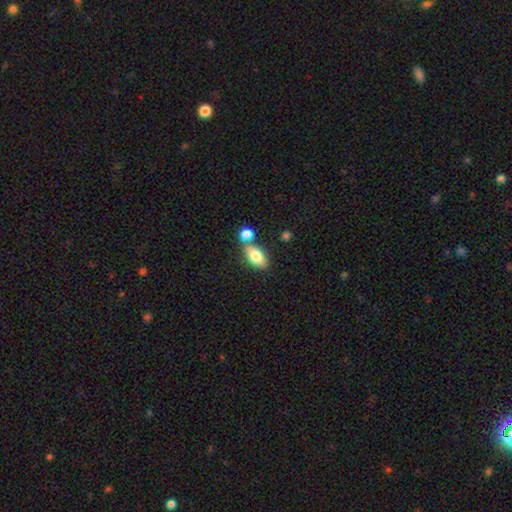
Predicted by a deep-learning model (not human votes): Smooth or featured: smooth — 77% (featured or disk — 15%)
How rounded: in between — 87% (round — 8%)
Merging: none — 54% (merger — 31%)